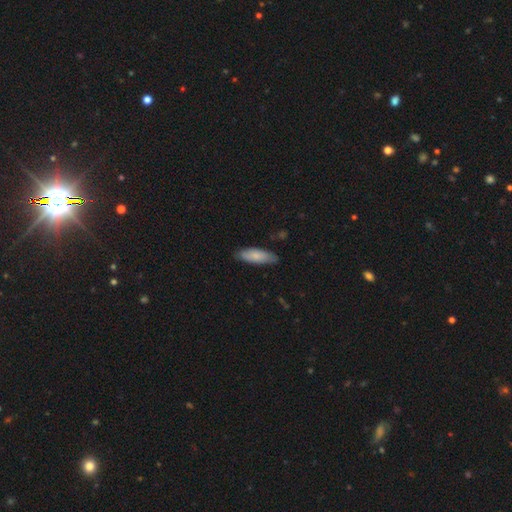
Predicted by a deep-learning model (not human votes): Smooth or featured: smooth — 79% (featured or disk — 16%)
How rounded: in between — 62% (cigar-shaped — 36%)
Merging: none — 81% (minor disturbance — 15%)